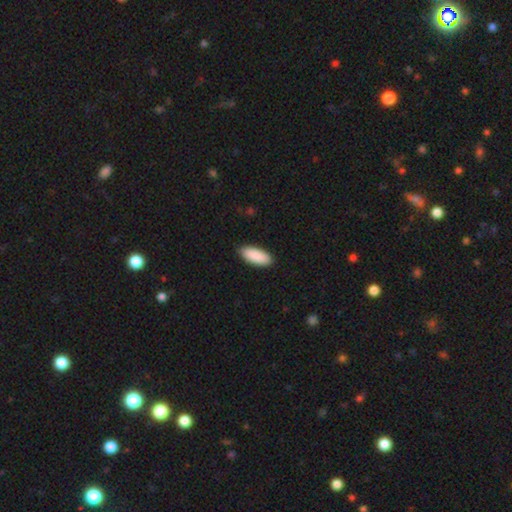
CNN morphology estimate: A smooth galaxy with no disk features (91%) that is in between round and cigar-shaped (85%).

Vote fractions:
- Smooth or featured? smooth: 91% / star or artifact: 5% / featured or disk: 4%
- How rounded? in between: 85% / cigar-shaped: 13% / round: 2%
- Merging? none: 89% / minor disturbance: 9% / major disturbance: 2% / merger: 1%